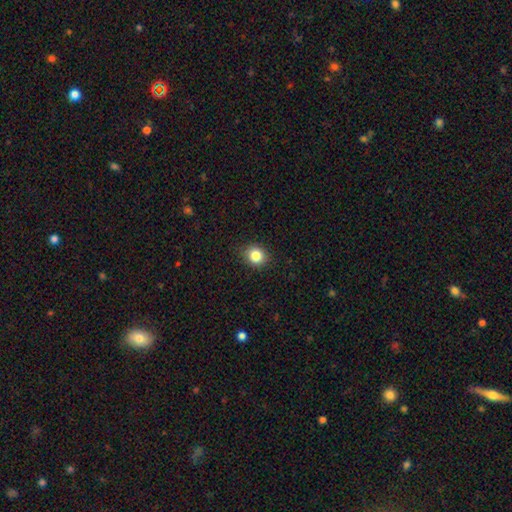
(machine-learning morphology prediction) Smooth or featured? Predicted: smooth (p=0.84). How rounded? Predicted: round (p=0.76). Merging? Predicted: none (p=0.88).